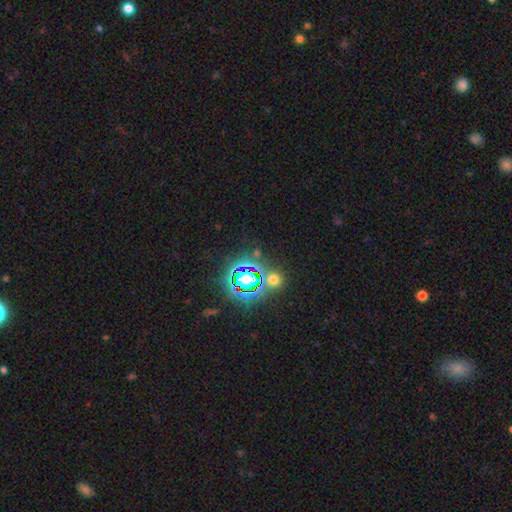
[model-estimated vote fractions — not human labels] Q: Smooth or featured?
A: star or artifact (71%); runner-up: smooth (20%)